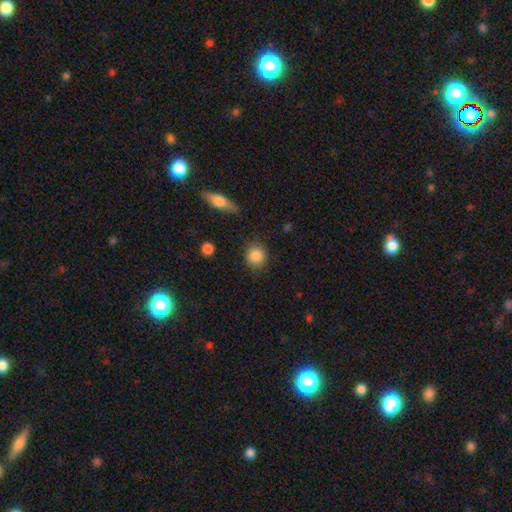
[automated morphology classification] This appears to be a smooth galaxy with no disk features (86%) that is round (83%). Merging: none (84%).